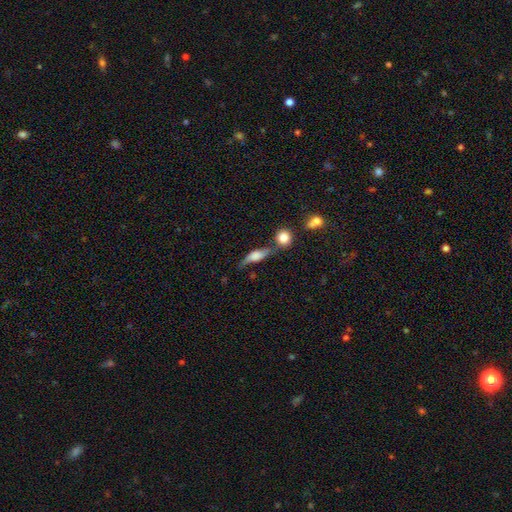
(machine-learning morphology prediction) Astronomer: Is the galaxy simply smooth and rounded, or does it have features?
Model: featured or disk — 51% (runner-up: smooth, 40%).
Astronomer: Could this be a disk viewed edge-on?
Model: yes — 62% (runner-up: no, 38%).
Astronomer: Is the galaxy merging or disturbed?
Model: none — 52%.